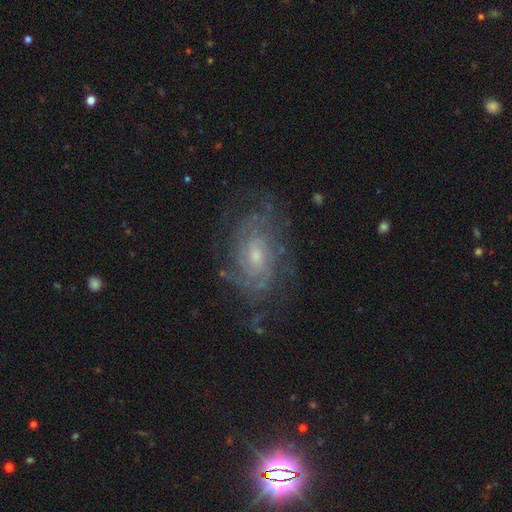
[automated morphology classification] Smooth or featured: featured or disk — 83% (smooth — 10%)
Edge-on disk: no — 96% (yes — 4%)
Bar: no — 64% (weak — 31%)
Spiral arms: yes — 93% (no — 7%)
Spiral winding: tight — 60% (medium — 32%)
Spiral arm count: can't tell — 45% (2 — 16%)
Bulge size: small — 59% (moderate — 35%)
Merging: none — 71% (minor disturbance — 18%)